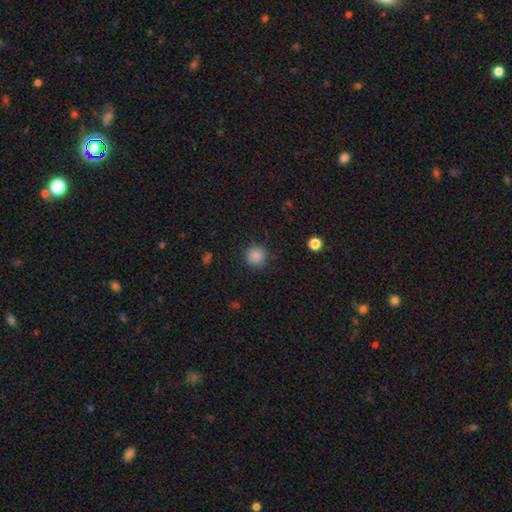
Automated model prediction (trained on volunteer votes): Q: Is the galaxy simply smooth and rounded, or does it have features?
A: smooth — 86%.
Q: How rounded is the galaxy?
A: round — 94%.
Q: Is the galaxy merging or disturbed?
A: none — 88%.